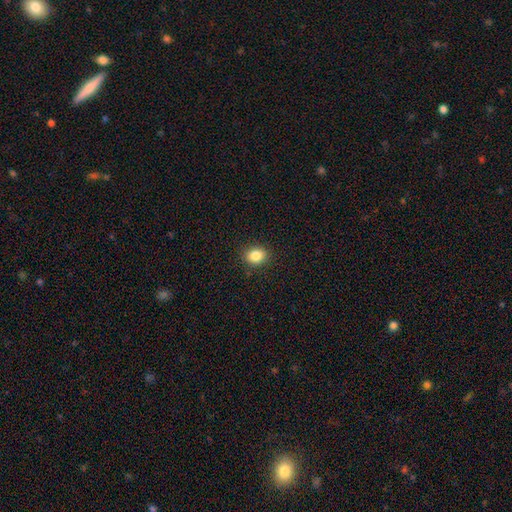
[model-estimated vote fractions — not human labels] This appears to be a smooth galaxy with no disk features (85%) that is round (57%). Merging: none (90%).